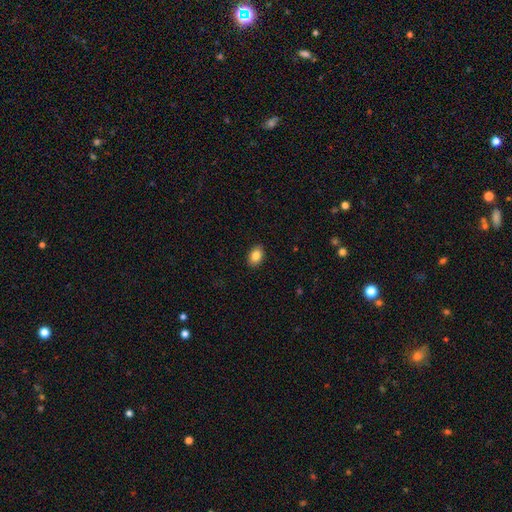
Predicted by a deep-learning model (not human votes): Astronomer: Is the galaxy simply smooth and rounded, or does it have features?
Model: smooth — 85%.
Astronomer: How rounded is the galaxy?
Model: in between — 82%.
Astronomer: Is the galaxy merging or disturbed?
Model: none — 89%.